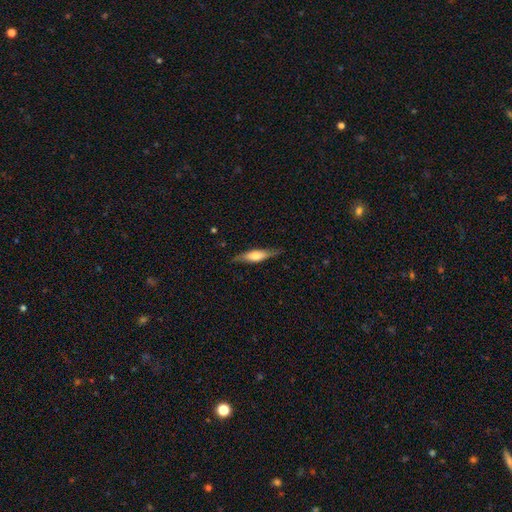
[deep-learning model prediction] smooth 48%, featured or disk 47%, star or artifact 6%. Down the decision tree: merging — none (82%).